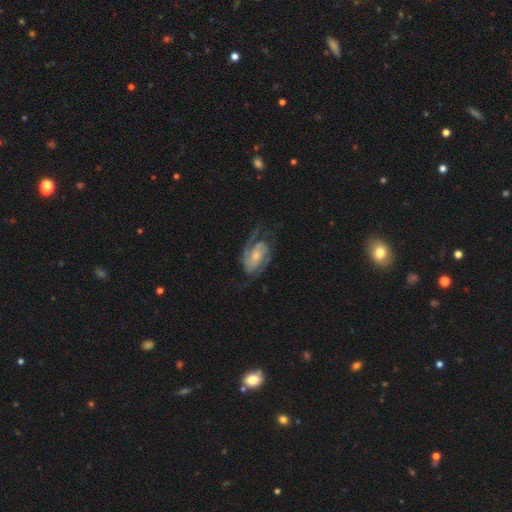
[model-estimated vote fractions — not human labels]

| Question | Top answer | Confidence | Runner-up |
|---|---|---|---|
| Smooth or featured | featured or disk | 86% | smooth (9%) |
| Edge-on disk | no | 97% | yes (3%) |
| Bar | no | 57% | weak (33%) |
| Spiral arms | yes | 97% | no (3%) |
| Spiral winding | medium | 47% | tight (37%) |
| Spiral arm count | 2 | 82% | can't tell (6%) |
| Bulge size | small | 53% | moderate (34%) |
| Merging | none | 66% | minor disturbance (17%) |